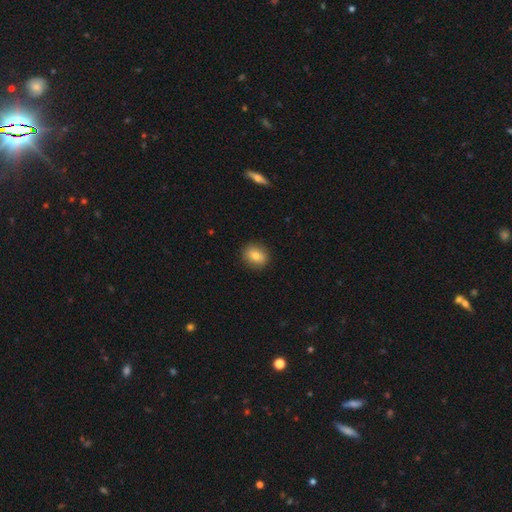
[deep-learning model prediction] Smooth or featured: smooth — 81% (featured or disk — 11%)
How rounded: round — 59% (in between — 39%)
Merging: none — 88% (minor disturbance — 9%)